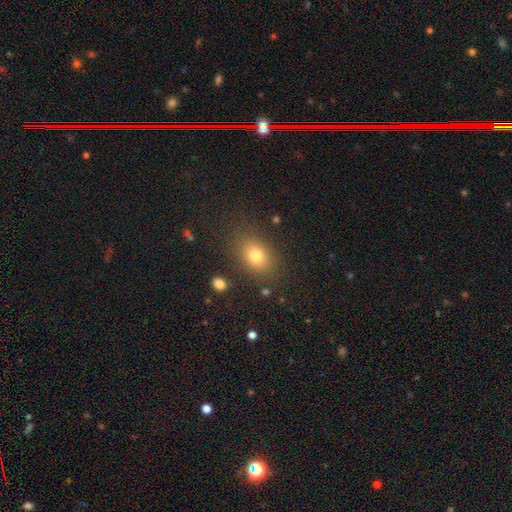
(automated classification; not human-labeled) smooth-or-featured: smooth: 77% | star or artifact: 14% | featured or disk: 10%
  how-rounded: in between: 71% | round: 27% | cigar-shaped: 2%
  merging: none: 83% | minor disturbance: 11% | major disturbance: 4% | merger: 2%